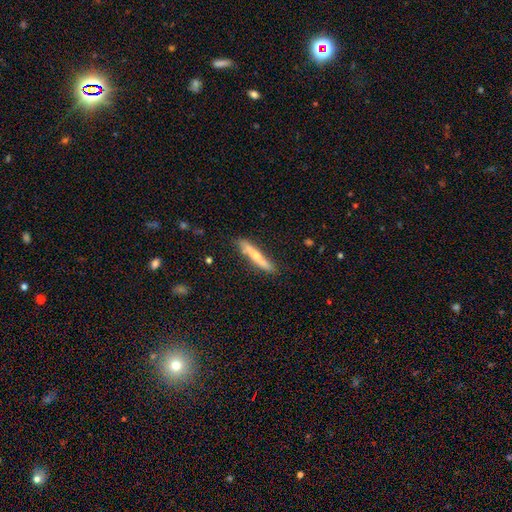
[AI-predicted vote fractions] Smooth or featured: smooth — 53% (featured or disk — 41%)
How rounded: cigar-shaped — 93% (in between — 6%)
Merging: none — 81% (minor disturbance — 14%)